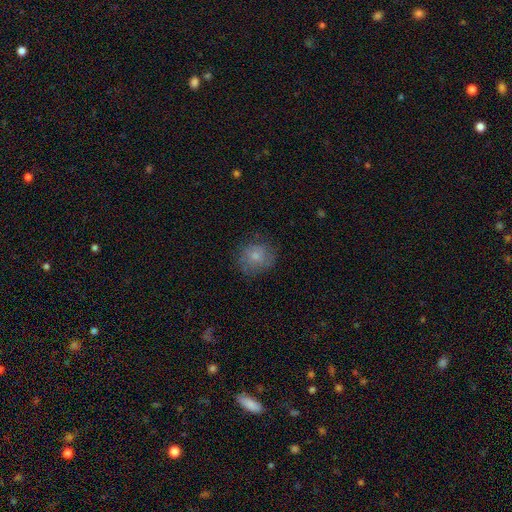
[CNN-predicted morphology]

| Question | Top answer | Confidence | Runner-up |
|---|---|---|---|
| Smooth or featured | smooth | 73% | featured or disk (18%) |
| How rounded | round | 79% | in between (20%) |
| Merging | none | 71% | minor disturbance (19%) |